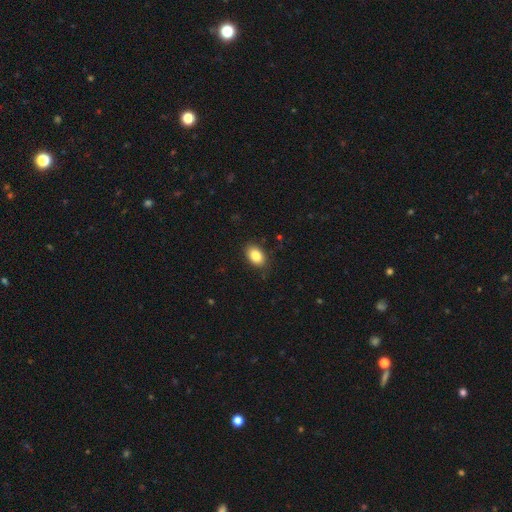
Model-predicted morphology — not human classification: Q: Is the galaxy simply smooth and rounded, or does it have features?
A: smooth — 85%.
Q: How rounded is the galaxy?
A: in between — 83%.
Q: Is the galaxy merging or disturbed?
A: none — 85%.